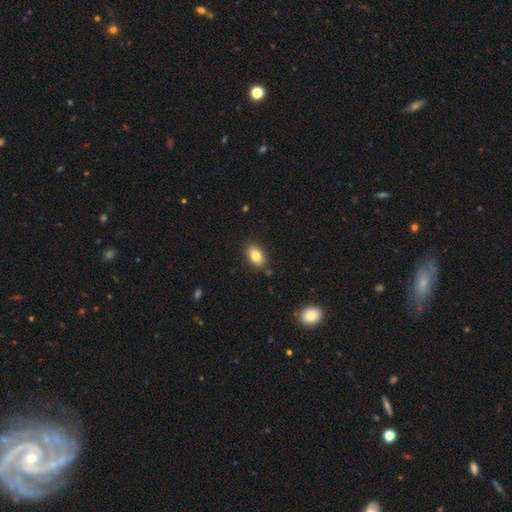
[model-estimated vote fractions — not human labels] smooth-or-featured: smooth: 81% | featured or disk: 10% | star or artifact: 8%
  how-rounded: in between: 89% | round: 9% | cigar-shaped: 2%
  merging: none: 87% | minor disturbance: 10% | major disturbance: 2% | merger: 2%